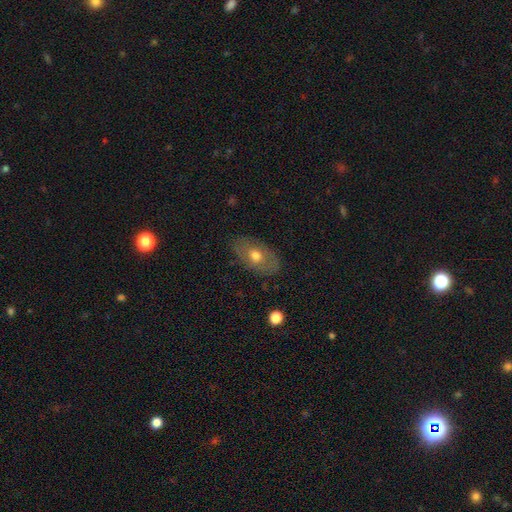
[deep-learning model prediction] Smooth or featured: smooth — 54% (featured or disk — 39%)
How rounded: in between — 88% (round — 10%)
Merging: none — 80% (minor disturbance — 15%)